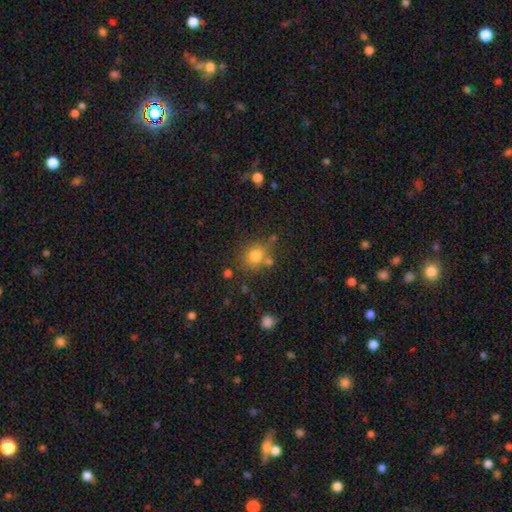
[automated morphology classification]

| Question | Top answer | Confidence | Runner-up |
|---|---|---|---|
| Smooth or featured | smooth | 79% | star or artifact (13%) |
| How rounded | round | 70% | in between (29%) |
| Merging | none | 68% | minor disturbance (15%) |